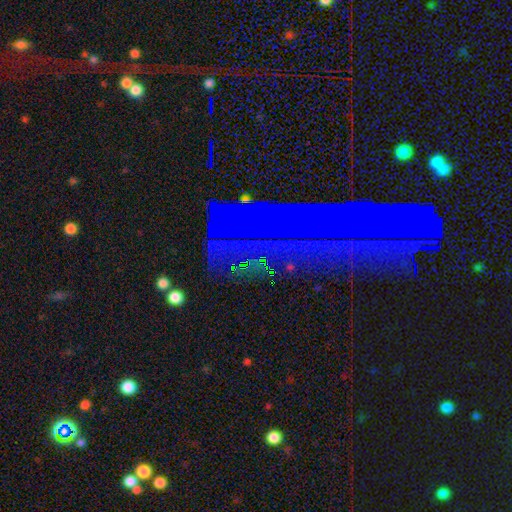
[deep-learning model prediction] Smooth or featured? star or artifact (57%)